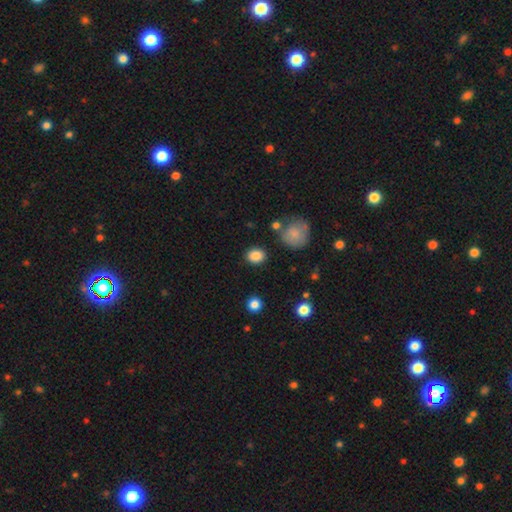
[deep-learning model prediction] The model was most divided on "how rounded": round: 55%, in between: 44%, cigar-shaped: 1%. More confident: merging — none (86%); smooth or featured — smooth (86%).